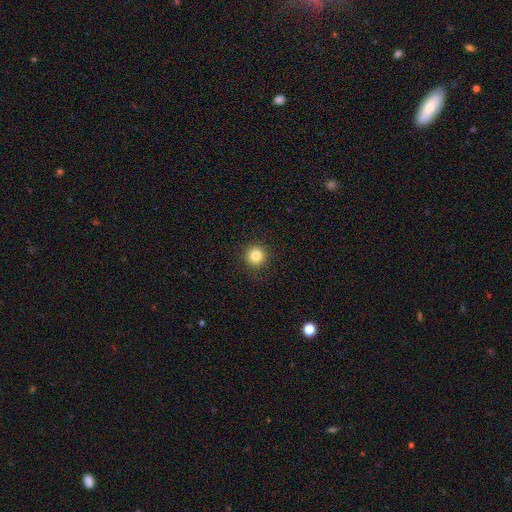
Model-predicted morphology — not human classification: Smooth or featured? Predicted: smooth (p=0.83). How rounded? Predicted: round (p=0.95). Merging? Predicted: none (p=0.92).